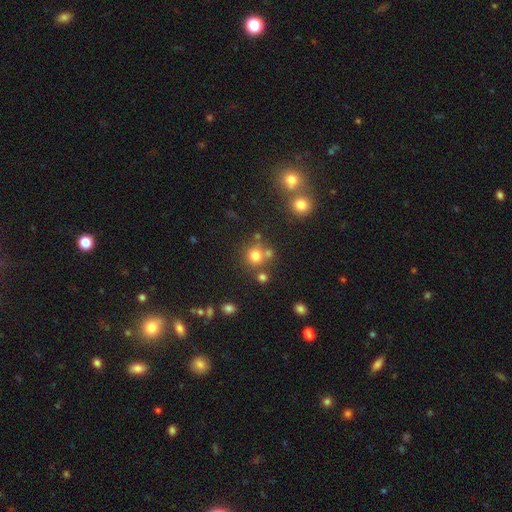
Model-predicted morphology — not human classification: A smooth galaxy with no disk features (74%) that is round (90%). Merging: none (67%).